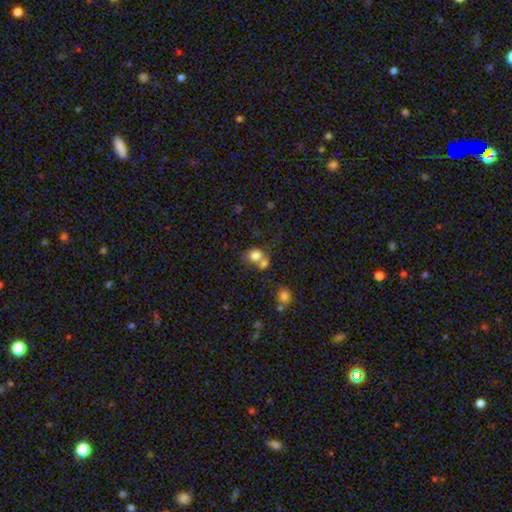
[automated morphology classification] A smooth galaxy with no disk features (77%) that is round (71%). Merging: merger (48%).